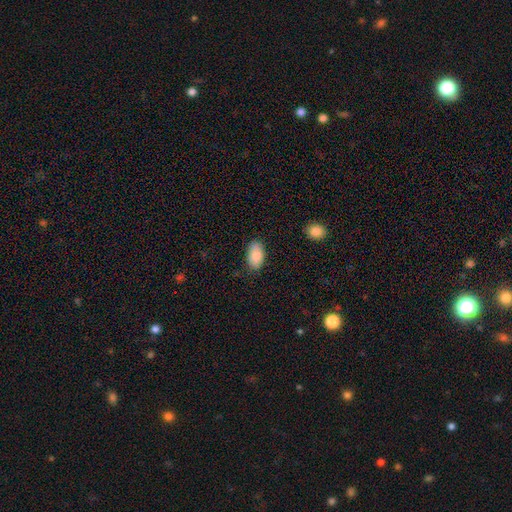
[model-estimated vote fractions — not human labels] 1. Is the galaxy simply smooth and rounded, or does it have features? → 83% smooth, 10% featured or disk, 7% star or artifact.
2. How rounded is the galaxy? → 94% in between, 4% round, 2% cigar-shaped.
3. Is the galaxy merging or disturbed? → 81% none, 15% minor disturbance, 3% major disturbance, 1% merger.